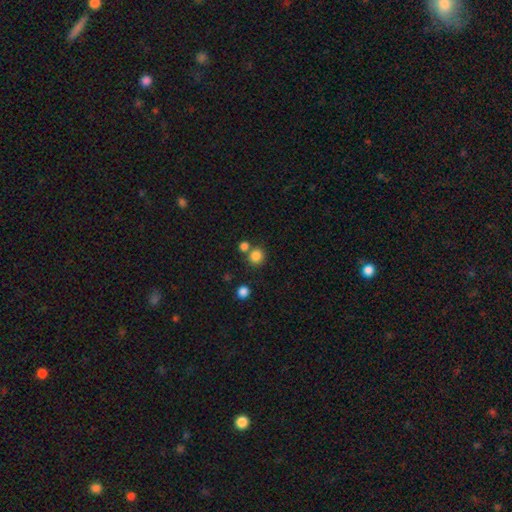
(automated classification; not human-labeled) This is clearly a smooth galaxy (83%). How rounded: clearly round (87%). Merging: likely none (68%).